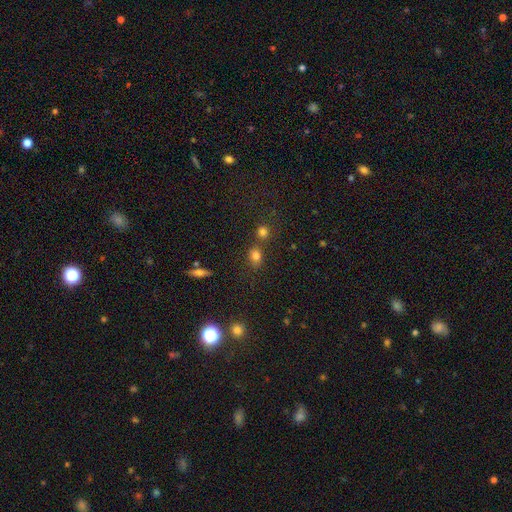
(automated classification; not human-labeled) Smooth or featured?
  - smooth: 77% *
  - star or artifact: 15%
  - featured or disk: 7%
How rounded?
  - in between: 55% *
  - round: 43%
  - cigar-shaped: 2%
Merging?
  - none: 63% *
  - merger: 21%
  - minor disturbance: 12%
  - major disturbance: 4%